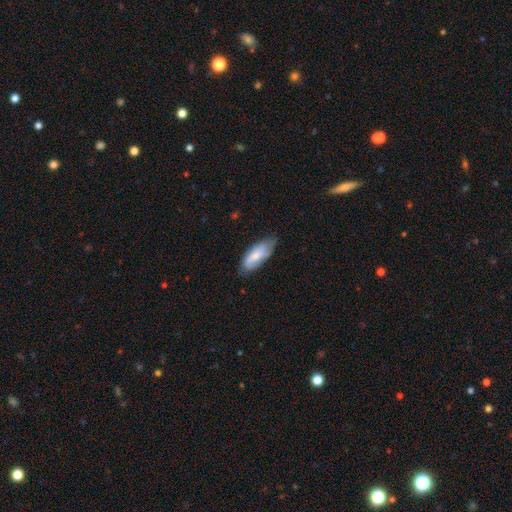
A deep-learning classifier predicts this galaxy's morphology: A smooth galaxy with no disk features (63%) that is in between round and cigar-shaped (80%). Merging: none (68%).